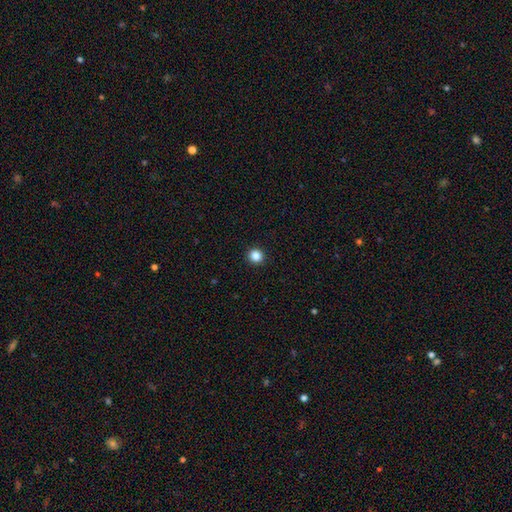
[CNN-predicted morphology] type=smooth (86%); roundness=round (93%); merging=none (94%).